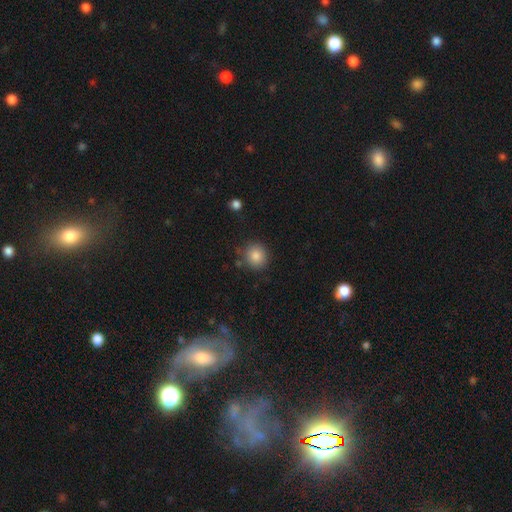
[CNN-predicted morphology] This is clearly a smooth galaxy (85%). How rounded: clearly round (89%). Merging: clearly none (83%).